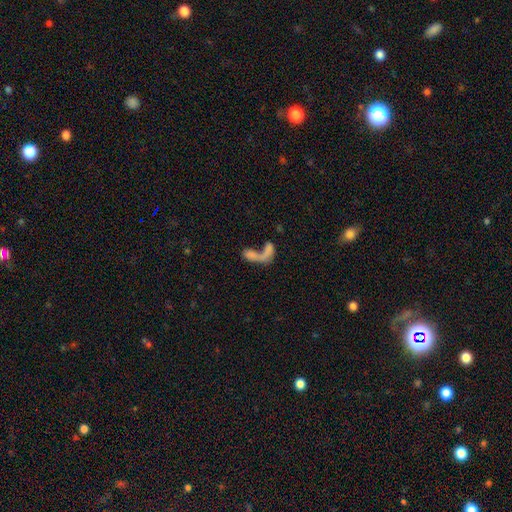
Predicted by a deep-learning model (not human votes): Smooth or featured? smooth (54%)
How rounded? in between (58%)
Merging? merger (58%)